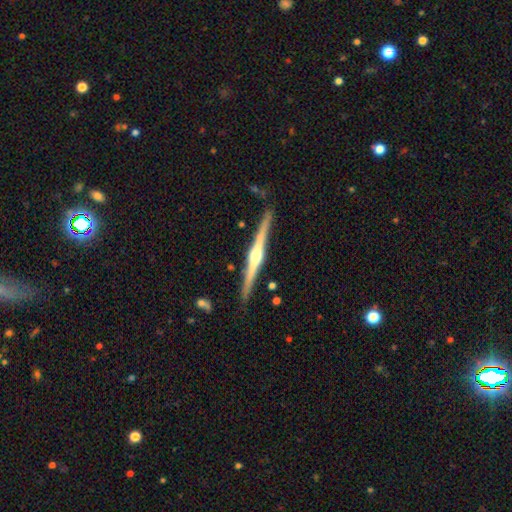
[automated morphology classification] The model was most divided on "smooth or featured": featured or disk: 83%, smooth: 13%, star or artifact: 5%. More confident: edge-on disk — yes (99%); edge-on bulge — rounded (93%); merging — none (89%).